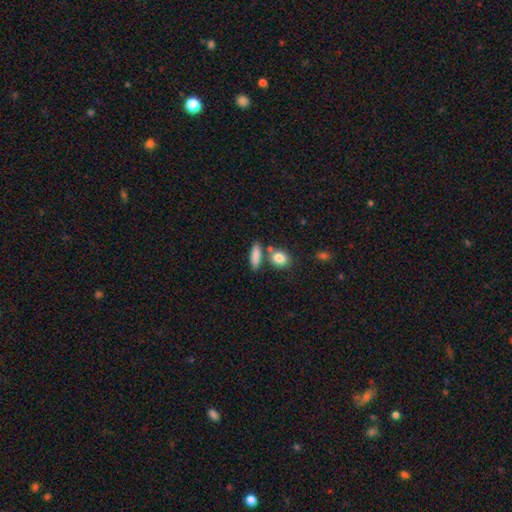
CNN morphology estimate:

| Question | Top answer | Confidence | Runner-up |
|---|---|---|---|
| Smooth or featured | smooth | 84% | featured or disk (9%) |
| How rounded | in between | 51% | cigar-shaped (40%) |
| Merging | none | 68% | merger (16%) |